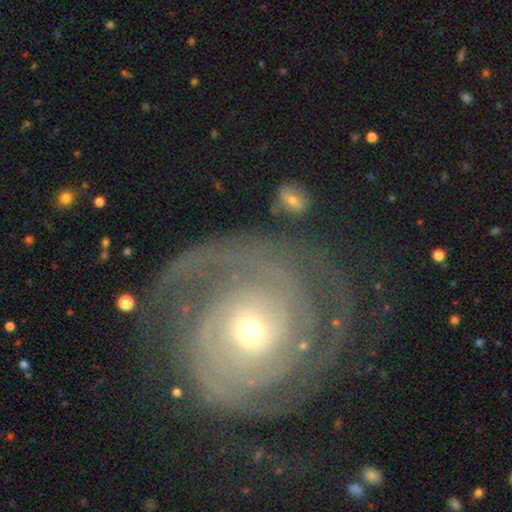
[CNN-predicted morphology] The model was most divided on "bulge size": small: 48%, moderate: 46%, large: 4%, dominant: 1%, none: 1%. Remaining: edge-on disk — no (97%); spiral arms — yes (97%); smooth or featured — featured or disk (88%); spiral winding — tight (74%); bar — no (72%); merging — none (71%); spiral arm count — 2 (43%).